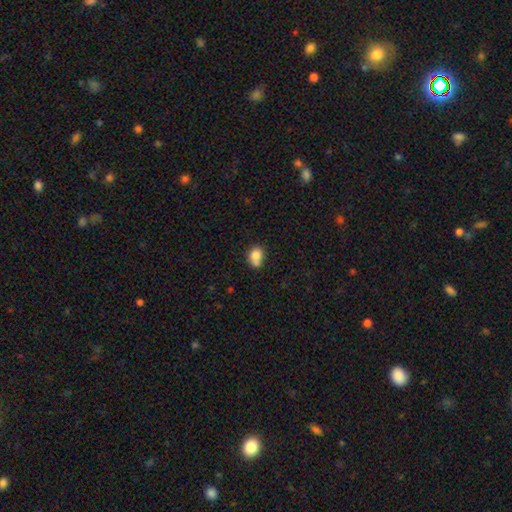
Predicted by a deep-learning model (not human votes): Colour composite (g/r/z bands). It shows a smooth galaxy with no disk features (79%) that is round (53%). Merging: none (41%).